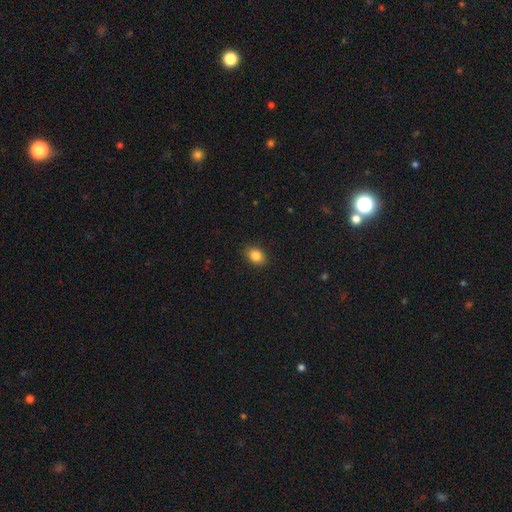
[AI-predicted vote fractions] Smooth or featured: smooth — 85% (star or artifact — 9%)
How rounded: in between — 69% (round — 30%)
Merging: none — 89% (minor disturbance — 8%)